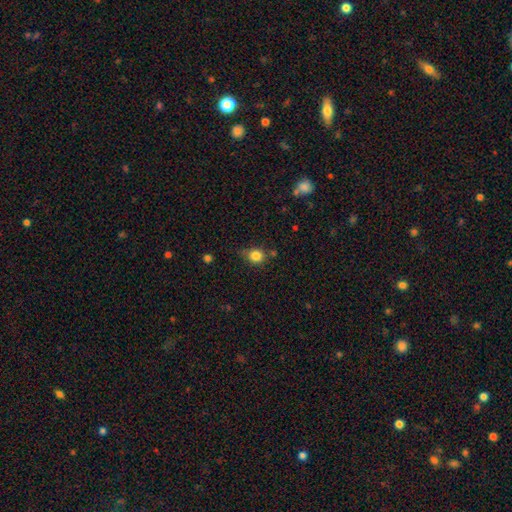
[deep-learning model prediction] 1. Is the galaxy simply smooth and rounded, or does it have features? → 82% smooth, 11% star or artifact, 6% featured or disk.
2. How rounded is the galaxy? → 80% round, 19% in between, 1% cigar-shaped.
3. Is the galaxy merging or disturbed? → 65% none, 24% minor disturbance, 6% major disturbance, 5% merger.